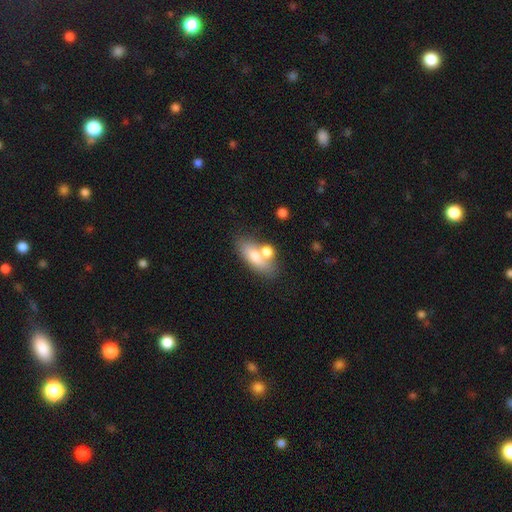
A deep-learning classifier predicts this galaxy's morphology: smooth 69%, featured or disk 23%, star or artifact 8%. Down the decision tree: how rounded — in between (76%); merging — none (53%).